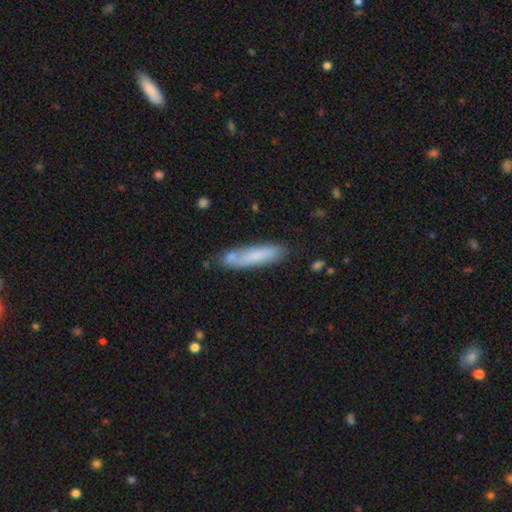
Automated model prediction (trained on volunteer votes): This is likely a smooth galaxy (72%). How rounded: likely cigar-shaped (79%). Merging: likely none (69%).